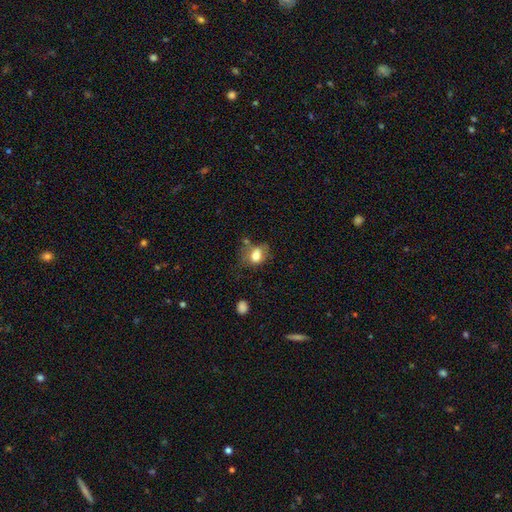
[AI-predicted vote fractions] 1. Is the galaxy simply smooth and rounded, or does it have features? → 75% smooth, 15% featured or disk, 10% star or artifact.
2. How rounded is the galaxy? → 58% in between, 41% round, 1% cigar-shaped.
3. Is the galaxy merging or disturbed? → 49% none, 28% minor disturbance, 13% major disturbance, 10% merger.